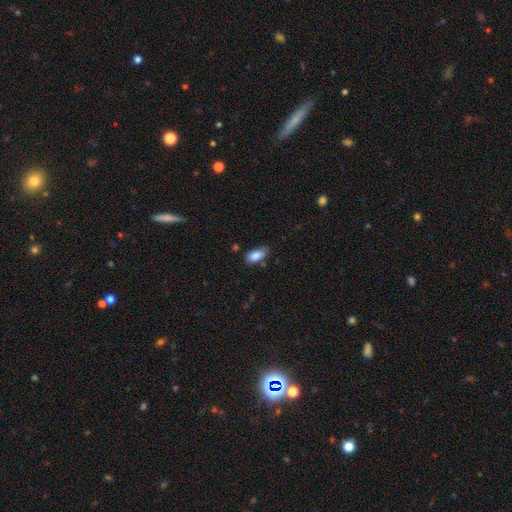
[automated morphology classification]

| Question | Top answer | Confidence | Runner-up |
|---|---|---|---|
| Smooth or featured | smooth | 85% | star or artifact (8%) |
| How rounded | in between | 89% | cigar-shaped (7%) |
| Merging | none | 60% | minor disturbance (30%) |